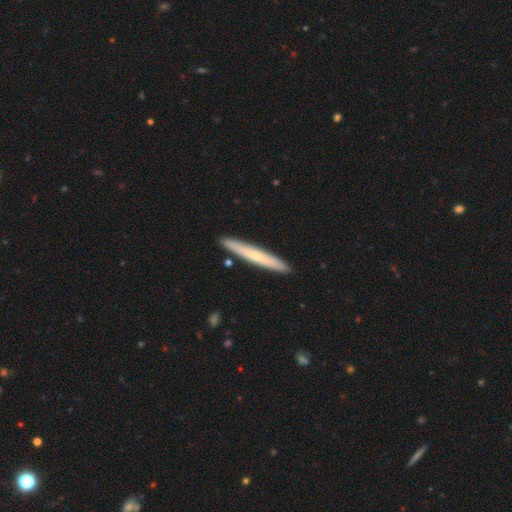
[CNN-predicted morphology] Smooth or featured? smooth (56%)
How rounded? cigar-shaped (96%)
Merging? none (91%)